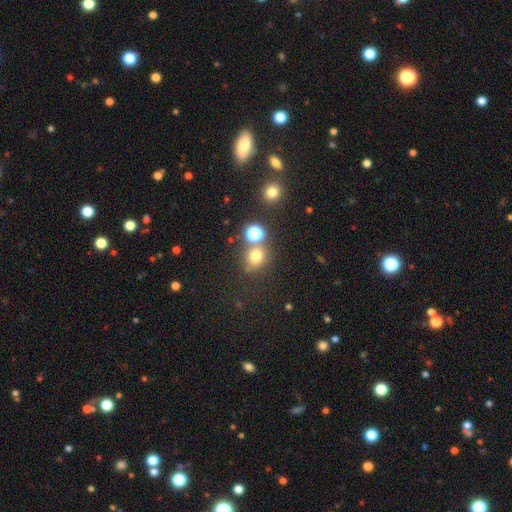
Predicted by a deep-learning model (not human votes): Overall: smooth (70%). How rounded: round (81%). Merging: none (68%).